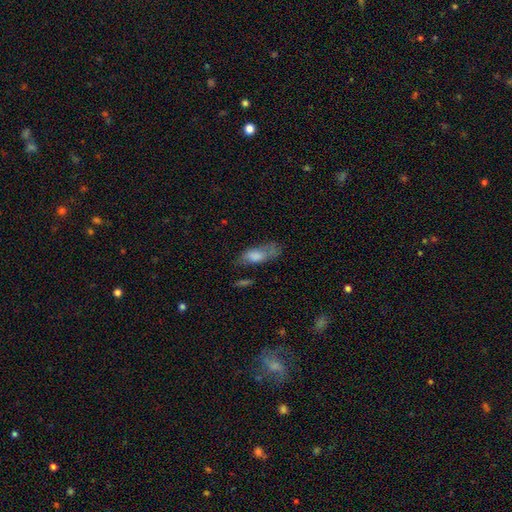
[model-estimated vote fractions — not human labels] Smooth or featured: smooth — 70% (featured or disk — 21%)
How rounded: in between — 74% (cigar-shaped — 22%)
Merging: none — 47% (minor disturbance — 29%)